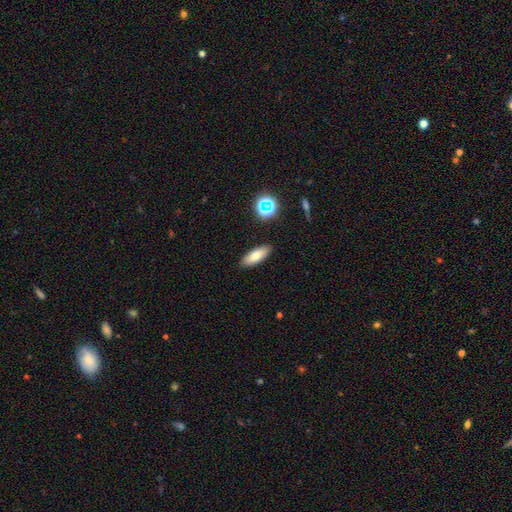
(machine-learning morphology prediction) Overall: smooth (75%). How rounded: in between (67%; cigar-shaped 30%). Merging: none (88%).